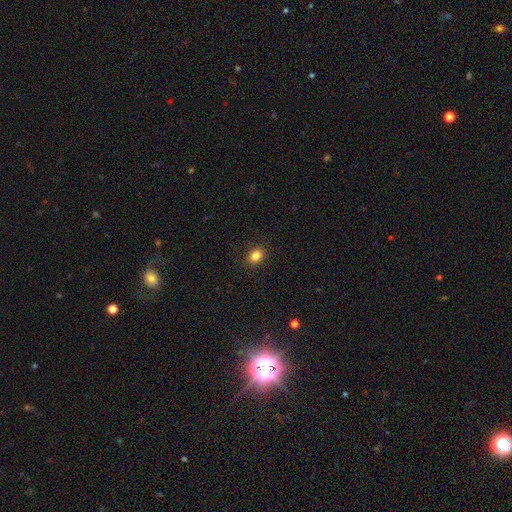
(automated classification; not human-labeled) smooth 84%, star or artifact 11%, featured or disk 5%. Down the decision tree: how rounded — in between (57%); merging — none (89%).